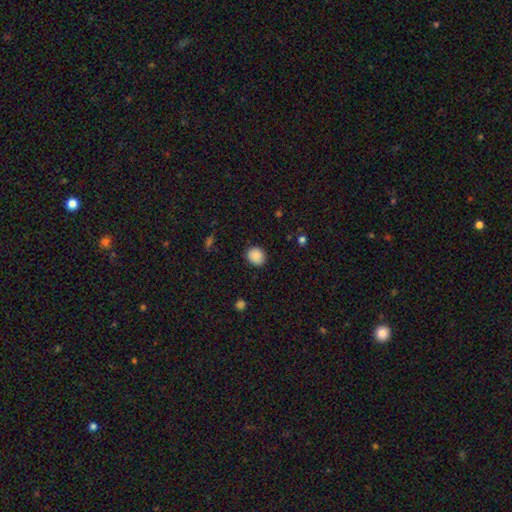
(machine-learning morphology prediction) smooth 88%, star or artifact 8%, featured or disk 4%. Down the decision tree: how rounded — round (74%); merging — none (86%).